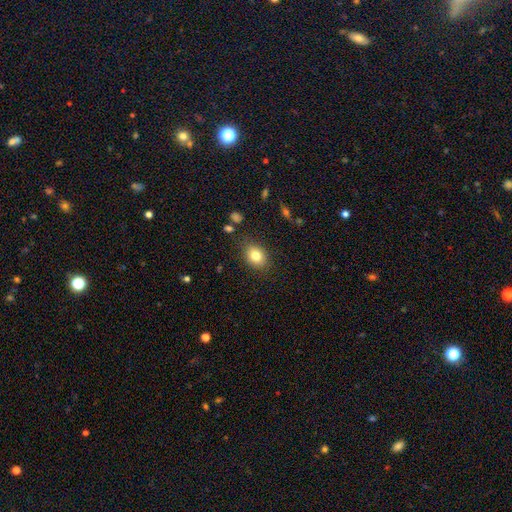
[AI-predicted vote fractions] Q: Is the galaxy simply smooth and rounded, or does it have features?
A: smooth — 81%.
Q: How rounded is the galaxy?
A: in between — 68%.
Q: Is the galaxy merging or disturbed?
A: none — 84%.